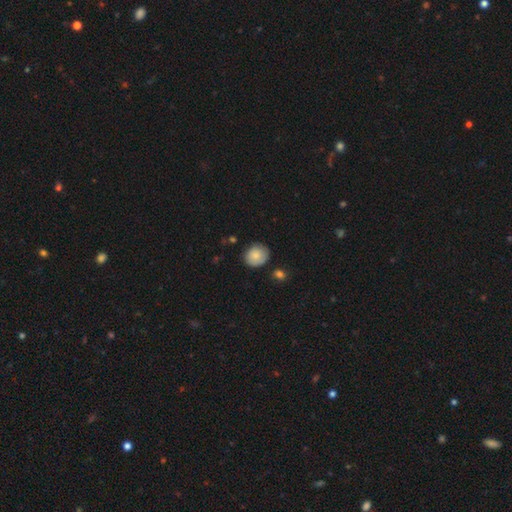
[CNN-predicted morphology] Smooth or featured? smooth (79%)
How rounded? round (73%)
Merging? none (78%)